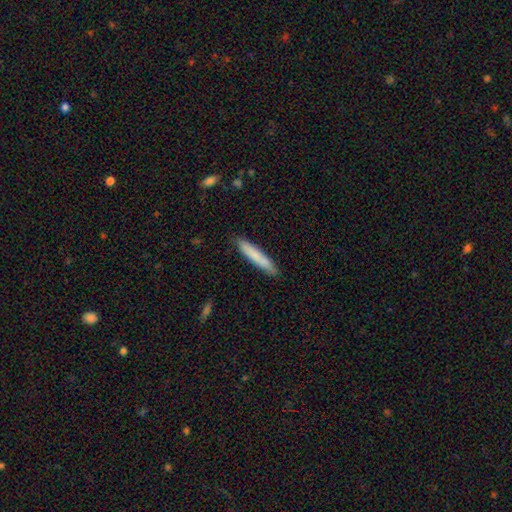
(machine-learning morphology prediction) smooth_or_featured: smooth (p=0.79) [alt: featured or disk p=0.16]
how_rounded: cigar-shaped (p=0.92) [alt: in between p=0.06]
merging: none (p=0.87) [alt: minor disturbance p=0.10]